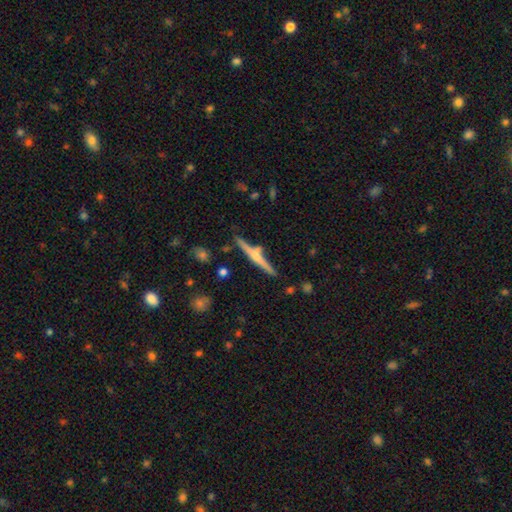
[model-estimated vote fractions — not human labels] Q: Smooth or featured?
A: featured or disk (61%); runner-up: smooth (32%)
Q: Edge-on disk?
A: yes (97%); runner-up: no (3%)
Q: Edge-on bulge?
A: rounded (61%); runner-up: none (27%)
Q: Merging?
A: none (76%); runner-up: minor disturbance (12%)